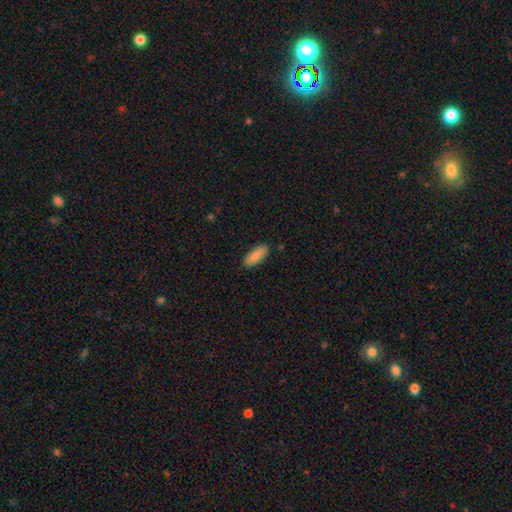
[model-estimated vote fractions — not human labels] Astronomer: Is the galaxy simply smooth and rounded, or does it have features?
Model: smooth — 88%.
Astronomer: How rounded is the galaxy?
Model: in between — 72%.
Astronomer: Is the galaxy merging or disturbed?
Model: none — 87%.